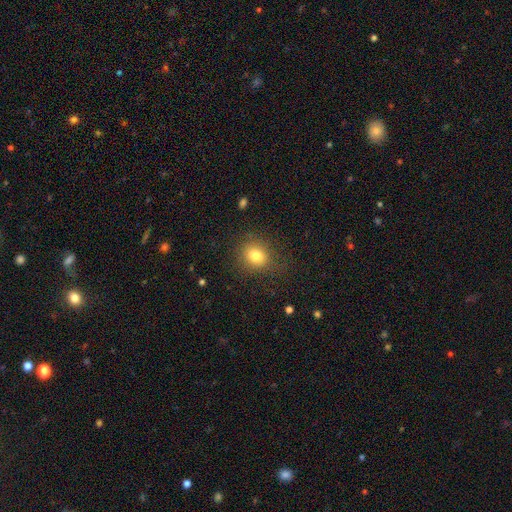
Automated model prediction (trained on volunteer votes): The model was most divided on "how rounded": round: 64%, in between: 35%, cigar-shaped: 1%. More confident: merging — none (81%); smooth or featured — smooth (79%).